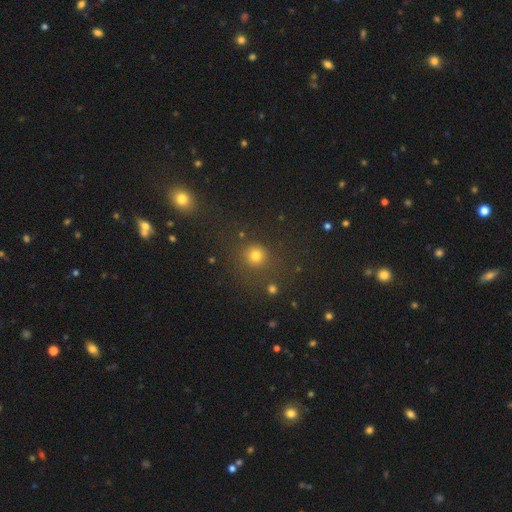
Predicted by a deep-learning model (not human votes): The model was most divided on "smooth or featured": smooth: 74%, star or artifact: 19%, featured or disk: 6%. More confident: how rounded — round (90%); merging — none (77%).